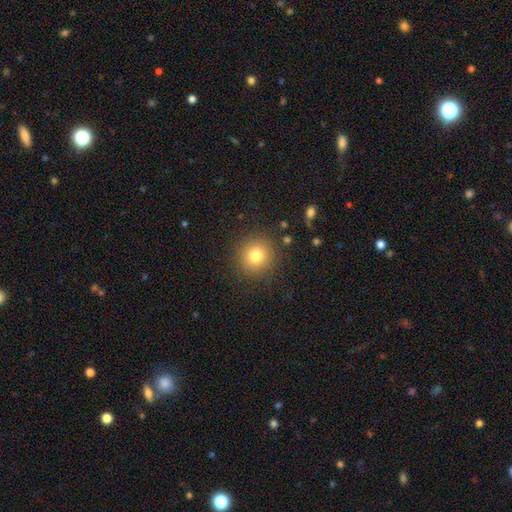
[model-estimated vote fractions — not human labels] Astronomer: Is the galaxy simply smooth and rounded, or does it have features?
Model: smooth — 78%.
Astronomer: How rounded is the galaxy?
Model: round — 92%.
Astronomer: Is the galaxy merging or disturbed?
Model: none — 88%.